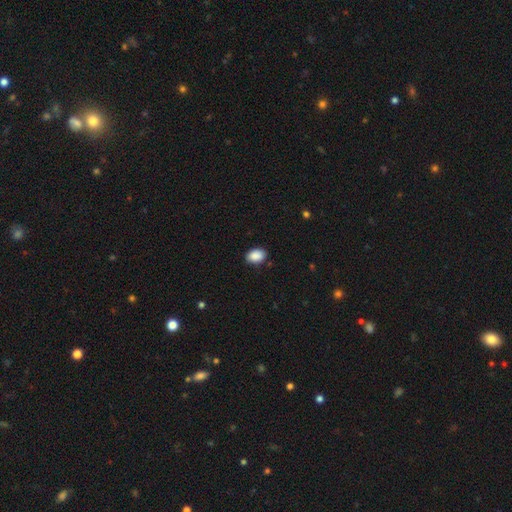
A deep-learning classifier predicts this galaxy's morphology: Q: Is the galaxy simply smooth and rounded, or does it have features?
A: smooth — 90%.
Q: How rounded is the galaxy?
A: in between — 85%.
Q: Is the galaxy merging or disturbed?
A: none — 86%.